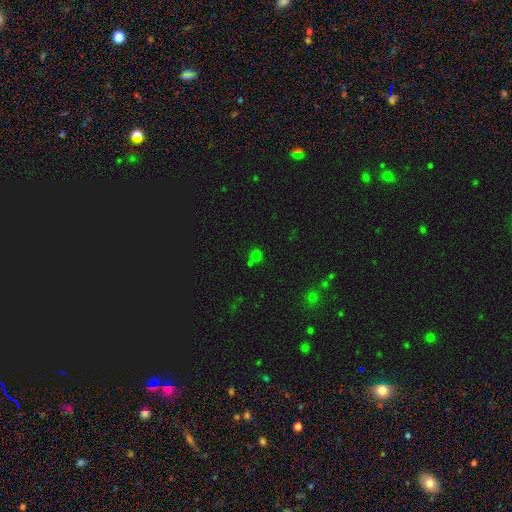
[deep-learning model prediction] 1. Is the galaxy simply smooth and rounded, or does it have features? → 64% smooth, 29% star or artifact, 6% featured or disk.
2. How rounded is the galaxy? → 89% round, 10% in between, 1% cigar-shaped.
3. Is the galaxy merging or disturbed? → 67% none, 21% merger, 9% minor disturbance, 4% major disturbance.